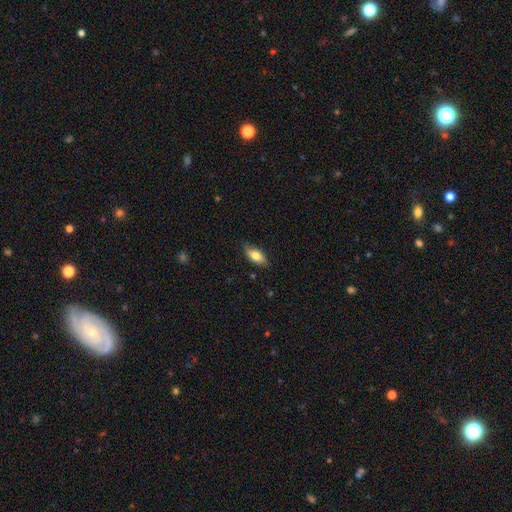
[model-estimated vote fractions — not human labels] Q: Smooth or featured?
A: smooth (74%); runner-up: featured or disk (20%)
Q: How rounded?
A: in between (82%); runner-up: cigar-shaped (15%)
Q: Merging?
A: none (81%); runner-up: minor disturbance (16%)